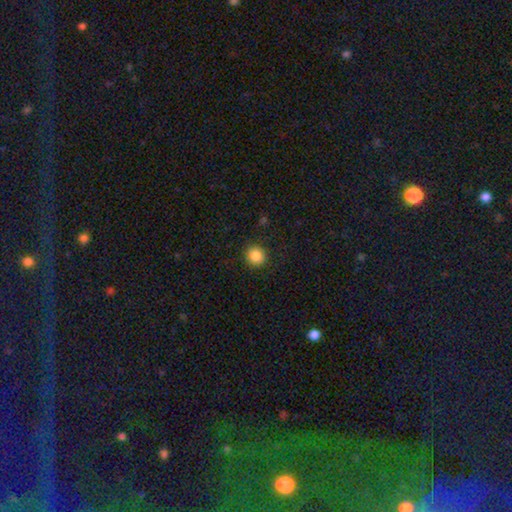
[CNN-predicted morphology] Q: Smooth or featured?
A: smooth (86%); runner-up: star or artifact (10%)
Q: How rounded?
A: round (93%); runner-up: in between (6%)
Q: Merging?
A: none (91%); runner-up: minor disturbance (6%)